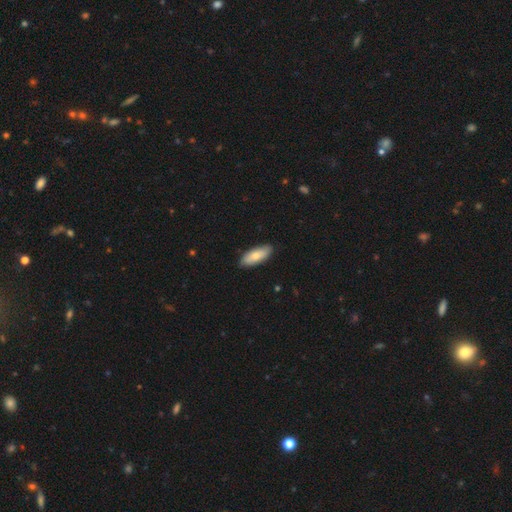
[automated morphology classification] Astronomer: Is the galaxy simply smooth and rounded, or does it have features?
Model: smooth — 75%.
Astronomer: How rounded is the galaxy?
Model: in between — 76%.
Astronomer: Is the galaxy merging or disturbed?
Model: none — 87%.